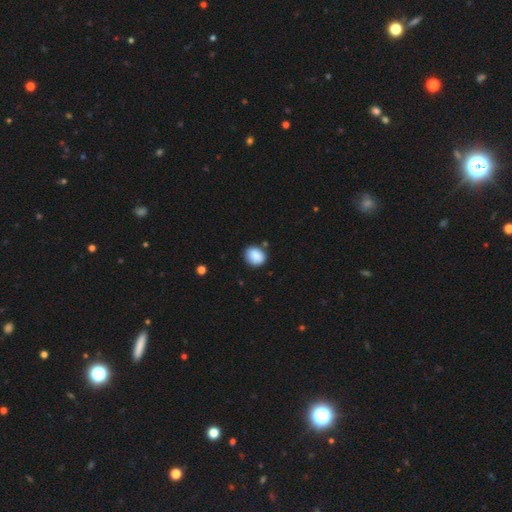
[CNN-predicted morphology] Overall: smooth (88%). How rounded: round (63%; in between 36%). Merging: none (80%).